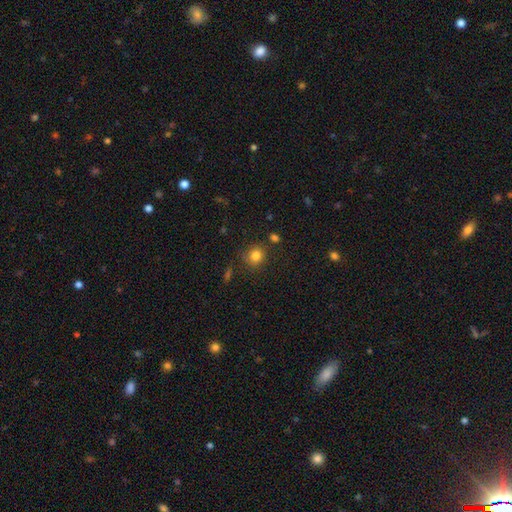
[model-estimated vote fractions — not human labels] Overall: smooth (82%). How rounded: round (84%). Merging: none (79%).